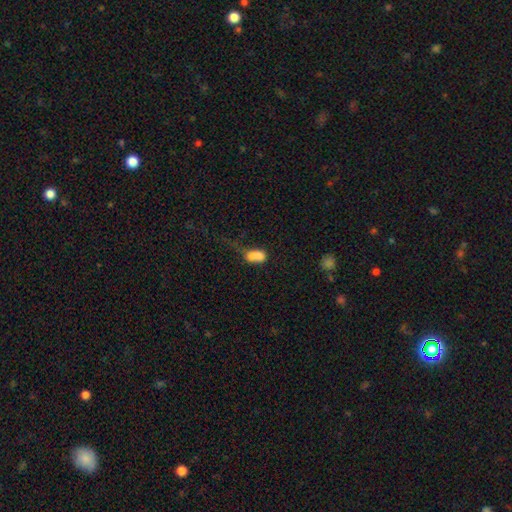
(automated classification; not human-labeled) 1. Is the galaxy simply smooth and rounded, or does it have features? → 76% smooth, 13% featured or disk, 11% star or artifact.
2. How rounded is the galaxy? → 85% in between, 10% round, 5% cigar-shaped.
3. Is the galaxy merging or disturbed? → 30% major disturbance, 27% merger, 21% minor disturbance, 21% none.